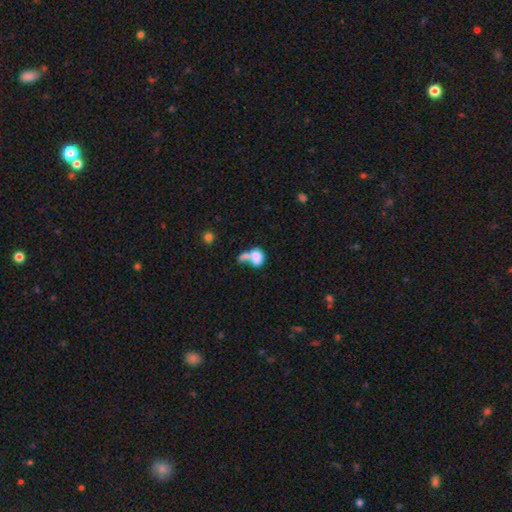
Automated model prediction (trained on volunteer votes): smooth-or-featured: smooth: 74% | featured or disk: 17% | star or artifact: 9%
  how-rounded: in between: 71% | round: 27% | cigar-shaped: 2%
  merging: merger: 59% | none: 18% | major disturbance: 14% | minor disturbance: 9%